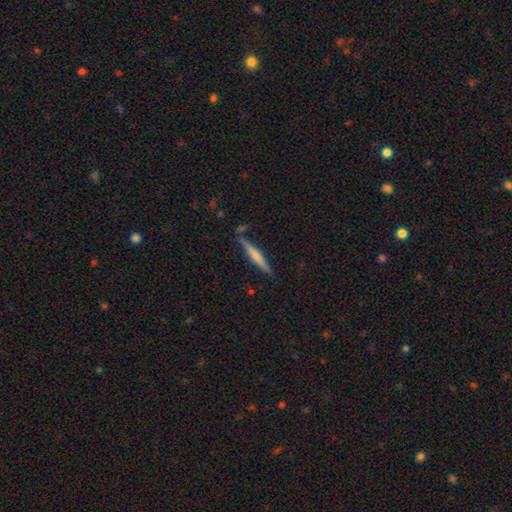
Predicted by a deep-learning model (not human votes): A smooth galaxy with no disk features (48%). Merging: none (84%).